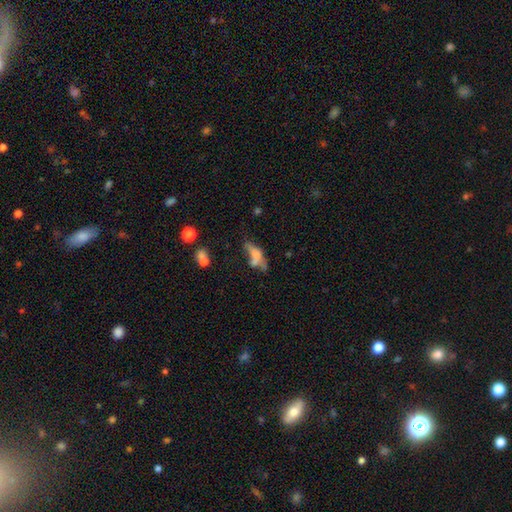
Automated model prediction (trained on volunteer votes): Smooth or featured?
  - smooth: 49% *
  - featured or disk: 38%
  - star or artifact: 14%
Merging?
  - none: 28% * (tied)
  - merger: 28% * (tied)
  - major disturbance: 25%
  - minor disturbance: 19%